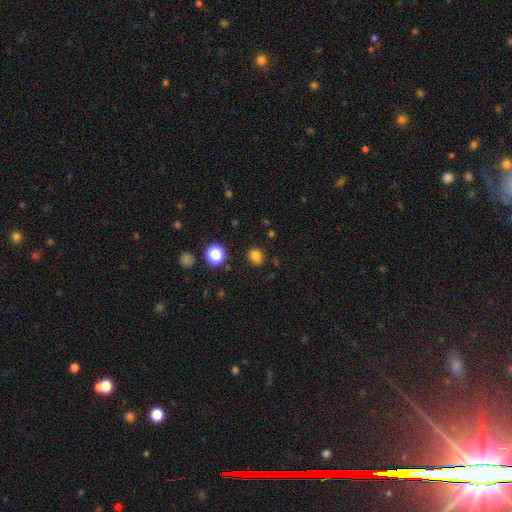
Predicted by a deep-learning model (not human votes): A smooth galaxy with no disk features (79%) that is round (53%). Merging: none (83%).